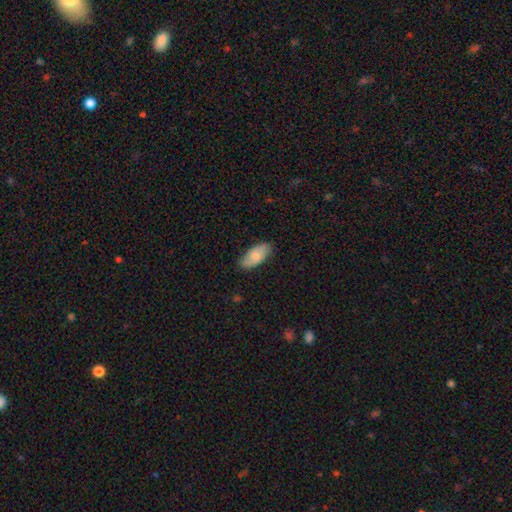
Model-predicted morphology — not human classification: A smooth galaxy with no disk features (71%) that is in between round and cigar-shaped (90%). Merging: none (82%).